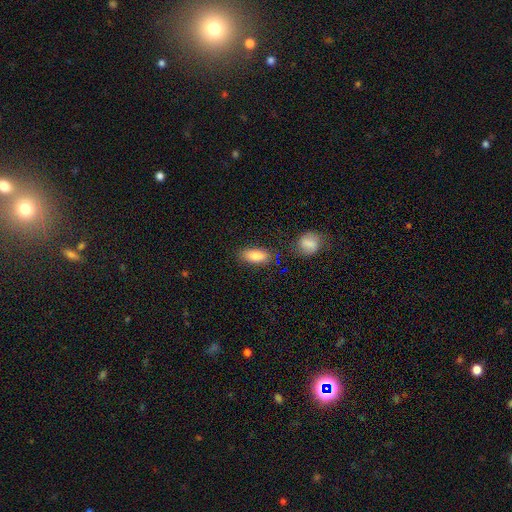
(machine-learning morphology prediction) smooth_or_featured: smooth (p=0.84) [alt: featured or disk p=0.09]
how_rounded: in between (p=0.83) [alt: cigar-shaped p=0.13]
merging: none (p=0.80) [alt: minor disturbance p=0.12]